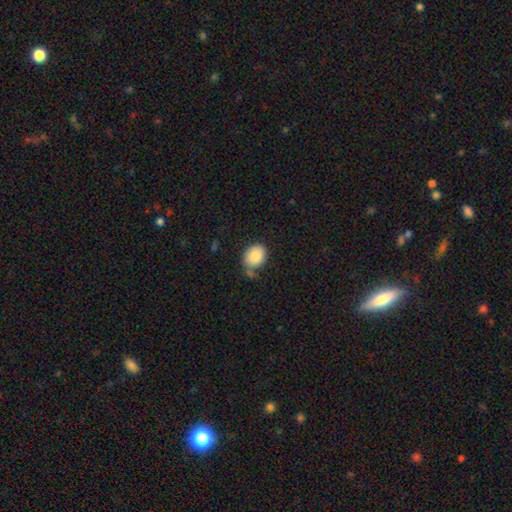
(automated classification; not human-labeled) Q: Smooth or featured?
A: smooth (86%); runner-up: star or artifact (7%)
Q: How rounded?
A: in between (52%); runner-up: round (47%)
Q: Merging?
A: none (61%); runner-up: minor disturbance (23%)